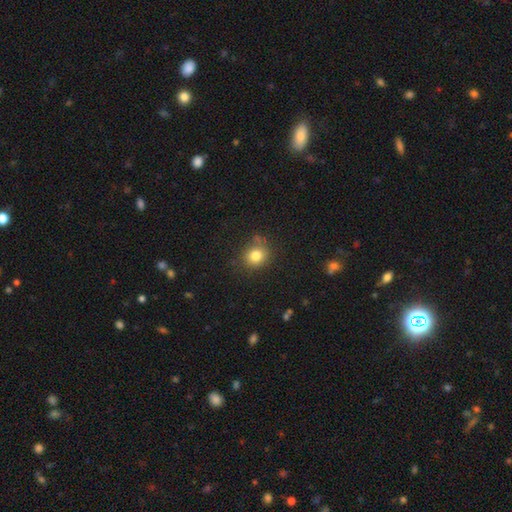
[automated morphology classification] Smooth or featured?
  - smooth: 80% *
  - star or artifact: 12%
  - featured or disk: 7%
How rounded?
  - round: 80% *
  - in between: 19%
  - cigar-shaped: 1%
Merging?
  - none: 75% *
  - minor disturbance: 16%
  - major disturbance: 5%
  - merger: 4%